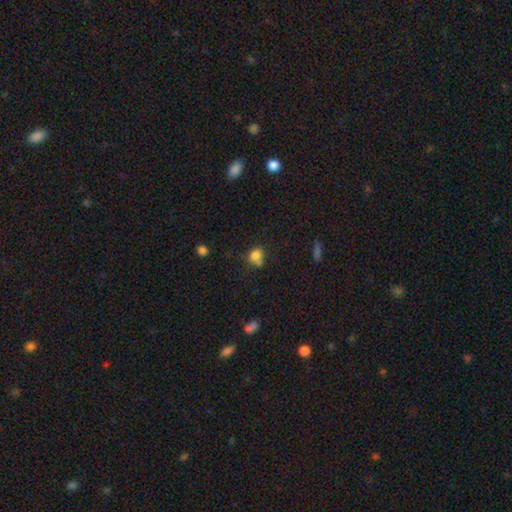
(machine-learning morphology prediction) Smooth or featured?
  - smooth: 79% *
  - star or artifact: 13%
  - featured or disk: 8%
How rounded?
  - round: 62% *
  - in between: 37%
  - cigar-shaped: 1%
Merging?
  - none: 51% *
  - minor disturbance: 21%
  - merger: 19%
  - major disturbance: 9%